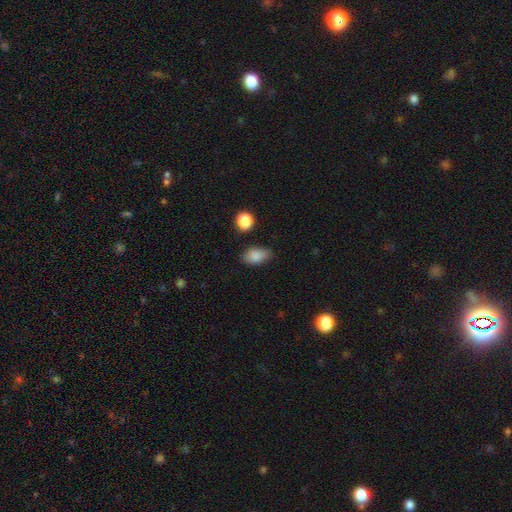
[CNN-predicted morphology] Q: Smooth or featured?
A: smooth (86%); runner-up: star or artifact (8%)
Q: How rounded?
A: in between (89%); runner-up: round (9%)
Q: Merging?
A: none (74%); runner-up: minor disturbance (19%)